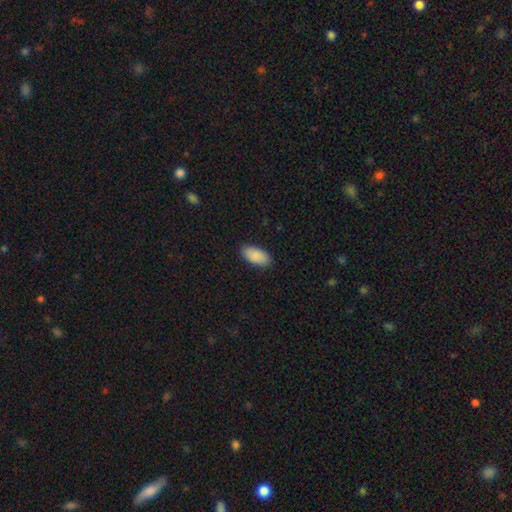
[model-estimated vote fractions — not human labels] The model was most divided on "merging": none: 87%, minor disturbance: 10%, major disturbance: 2%, merger: 1%. More confident: how rounded — in between (94%); smooth or featured — smooth (90%).